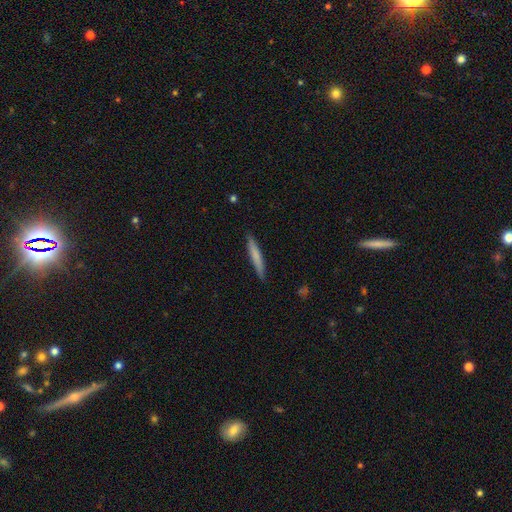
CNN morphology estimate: A smooth galaxy with no disk features (70%) that is cigar-shaped (94%).

Vote fractions:
- Smooth or featured? smooth: 70% / featured or disk: 25% / star or artifact: 5%
- How rounded? cigar-shaped: 94% / in between: 4% / round: 1%
- Merging? none: 88% / minor disturbance: 9% / major disturbance: 2% / merger: 1%